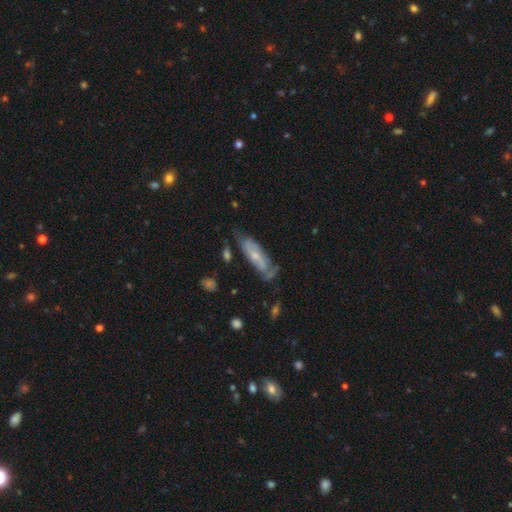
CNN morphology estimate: Smooth or featured: featured or disk — 60% (smooth — 34%)
Edge-on disk: no — 76% (yes — 24%)
Merging: none — 54% (minor disturbance — 29%)